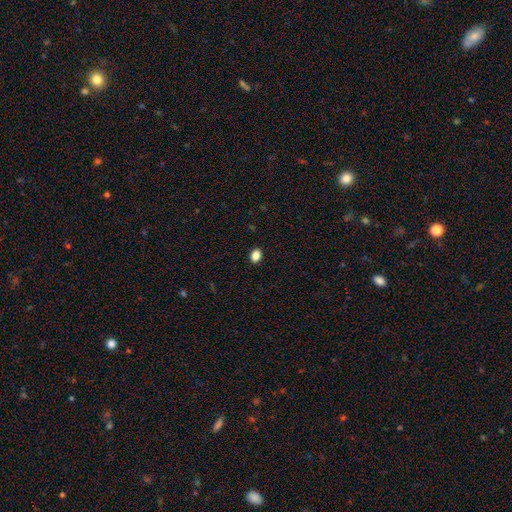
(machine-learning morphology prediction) smooth_or_featured: smooth (p=0.86) [alt: star or artifact p=0.10]
how_rounded: in between (p=0.69) [alt: round p=0.29]
merging: none (p=0.91) [alt: minor disturbance p=0.07]